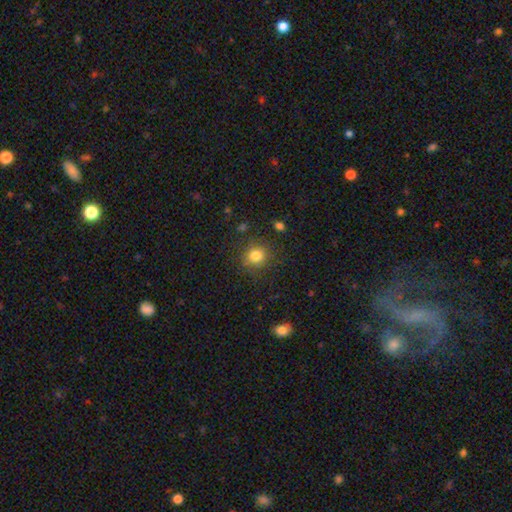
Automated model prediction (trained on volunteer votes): The model was most divided on "smooth or featured": smooth: 82%, star or artifact: 12%, featured or disk: 6%. More confident: how rounded — round (87%); merging — none (84%).